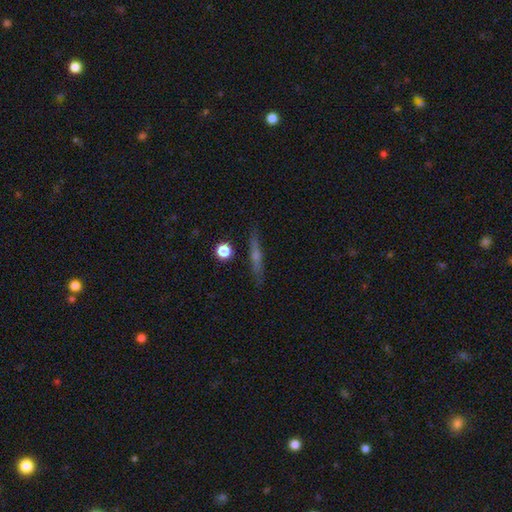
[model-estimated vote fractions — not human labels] featured or disk 59%, smooth 30%, star or artifact 10%. Down the decision tree: edge-on disk — yes (95%); edge-on bulge — rounded (68%); merging — none (88%).